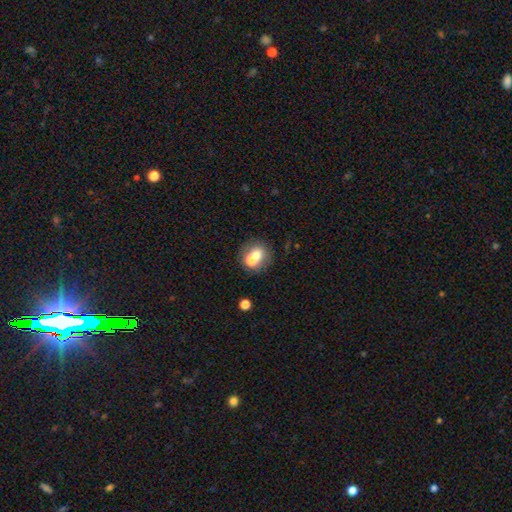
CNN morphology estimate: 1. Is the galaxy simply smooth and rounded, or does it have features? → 65% smooth, 24% featured or disk, 11% star or artifact.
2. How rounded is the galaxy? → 68% round, 31% in between, 1% cigar-shaped.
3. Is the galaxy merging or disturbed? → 46% merger, 40% none, 9% minor disturbance, 5% major disturbance.